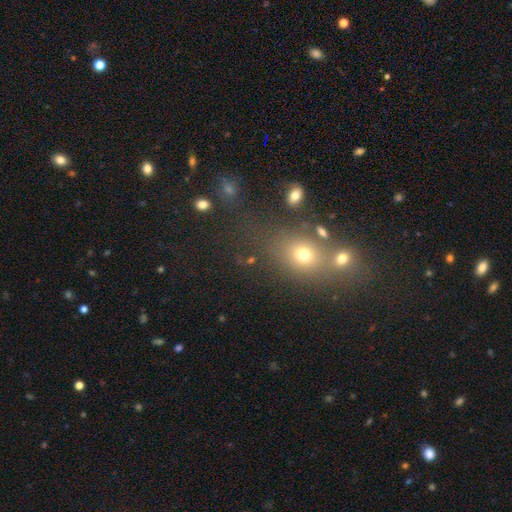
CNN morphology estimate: smooth-or-featured: smooth: 50% | star or artifact: 36% | featured or disk: 14%
  merging: none: 61% | merger: 24% | minor disturbance: 10% | major disturbance: 5%